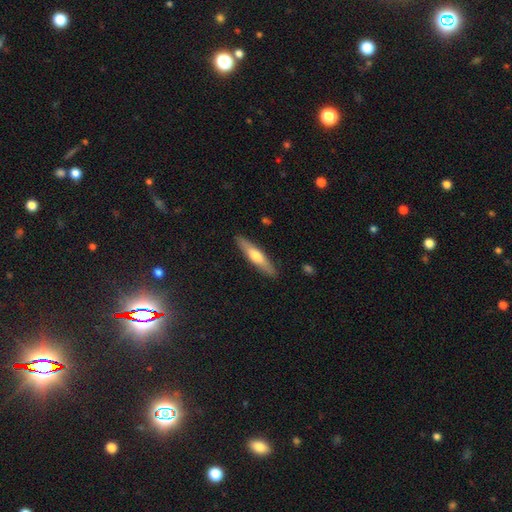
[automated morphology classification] The model was most divided on "smooth or featured": smooth: 52%, featured or disk: 42%, star or artifact: 5%. More confident: merging — none (89%); how rounded — cigar-shaped (85%).